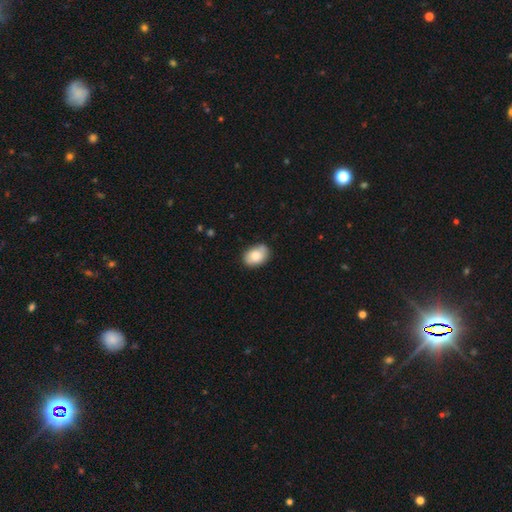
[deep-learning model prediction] Smooth or featured? Predicted: smooth (p=0.82). How rounded? Predicted: in between (p=0.81). Merging? Predicted: none (p=0.78).